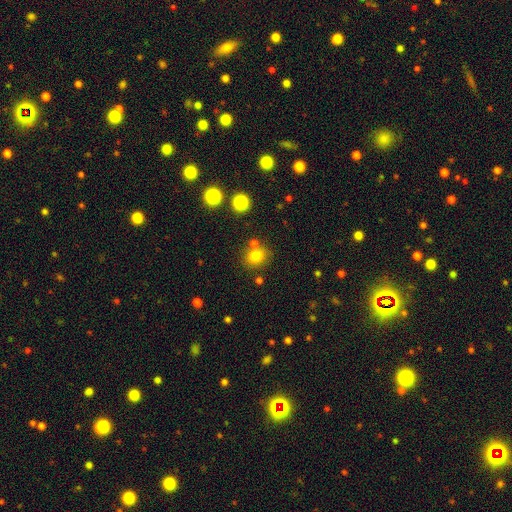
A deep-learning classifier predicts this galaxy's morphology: A smooth galaxy with no disk features (77%) that is round (76%). Merging: none (74%).